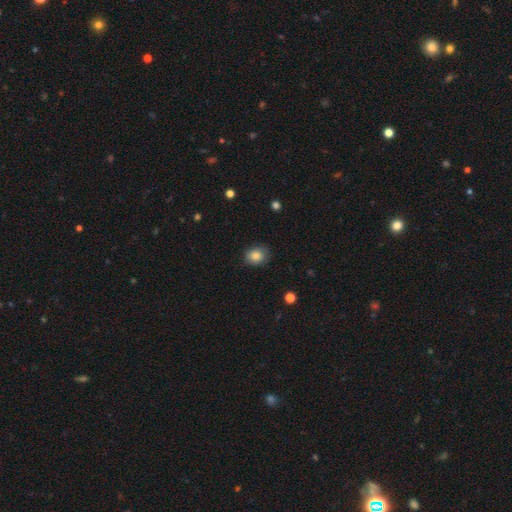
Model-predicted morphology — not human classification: Smooth or featured?
  - smooth: 82% *
  - star or artifact: 9%
  - featured or disk: 9%
How rounded?
  - in between: 51% *
  - round: 48%
  - cigar-shaped: 1%
Merging?
  - none: 80% *
  - minor disturbance: 16%
  - major disturbance: 3%
  - merger: 1%